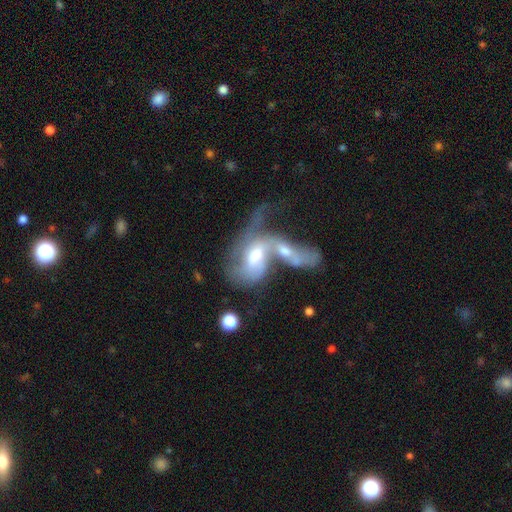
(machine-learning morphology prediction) A featured or disk galaxy (64%) with no bar (46%), spiral arms (68%) and a moderate central bulge (60%).

Vote fractions:
- Smooth or featured? featured or disk: 64% / smooth: 28% / star or artifact: 8%
- Edge-on disk? no: 91% / yes: 9%
- Bar? no: 46% / weak: 40% / strong: 15%
- Spiral arms? yes: 68% / no: 32%
- Bulge size? moderate: 60% / small: 17% / large: 16% / none: 5% / dominant: 2%
- Merging? merger: 71% / major disturbance: 16% / none: 8% / minor disturbance: 5%